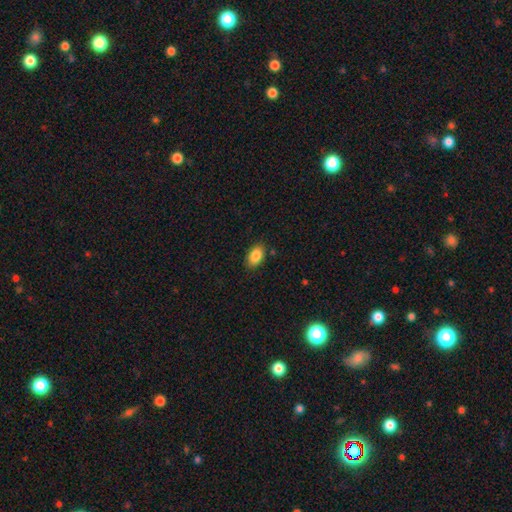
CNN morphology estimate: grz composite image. It shows a smooth galaxy with no disk features (86%) that is in between round and cigar-shaped (90%). Merging: none (86%).